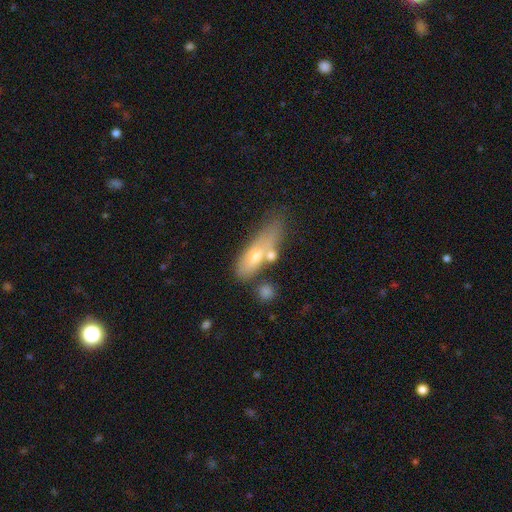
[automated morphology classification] The model was most divided on "how rounded": in between: 50%, cigar-shaped: 46%, round: 4%. Remaining: smooth or featured — smooth (57%); merging — none (40%).